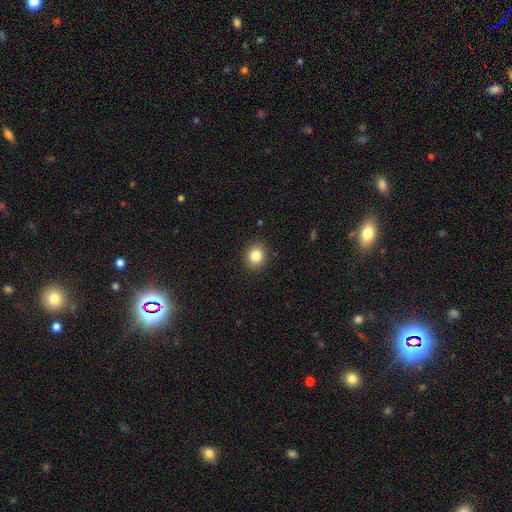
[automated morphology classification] smooth 84%, star or artifact 10%, featured or disk 6%. Down the decision tree: how rounded — round (77%); merging — none (90%).